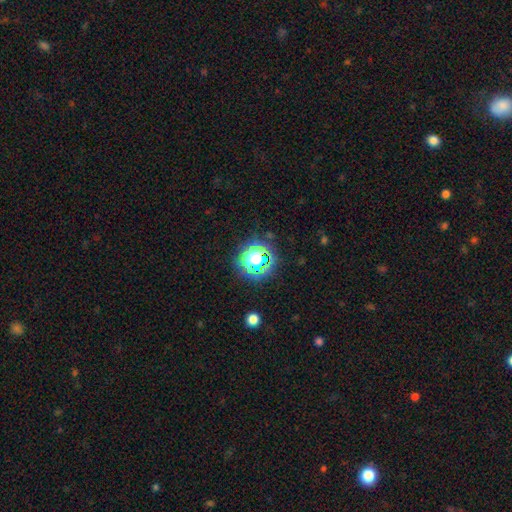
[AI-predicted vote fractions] Morphology: type=star or artifact (59%).